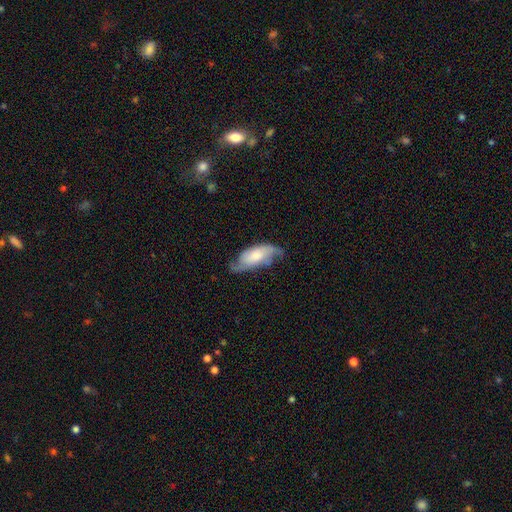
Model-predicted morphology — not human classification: This is likely a featured or disk galaxy (61%). It is clearly not viewed edge-on (89%). Bar: likely no (67%). Spiral arm pattern: clearly yes (90%). Central bulge: marginally moderate (41%). Merging: possibly none (59%).